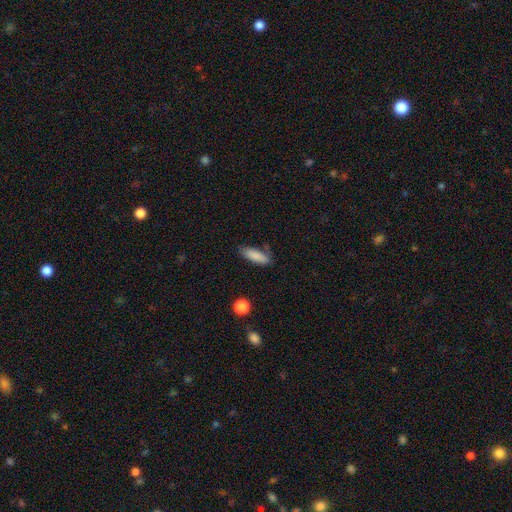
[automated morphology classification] A smooth galaxy with no disk features (86%) that is in between round and cigar-shaped (56%).

Vote fractions:
- Smooth or featured? smooth: 86% / star or artifact: 7% / featured or disk: 7%
- How rounded? in between: 56% / cigar-shaped: 42% / round: 2%
- Merging? none: 77% / minor disturbance: 16% / major disturbance: 4% / merger: 3%